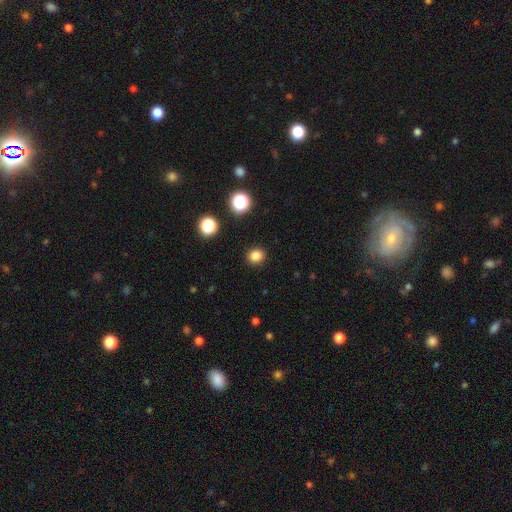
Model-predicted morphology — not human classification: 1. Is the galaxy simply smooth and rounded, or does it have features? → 83% smooth, 13% star or artifact, 4% featured or disk.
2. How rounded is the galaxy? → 81% round, 18% in between, 1% cigar-shaped.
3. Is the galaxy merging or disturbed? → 91% none, 6% minor disturbance, 2% major disturbance, 1% merger.